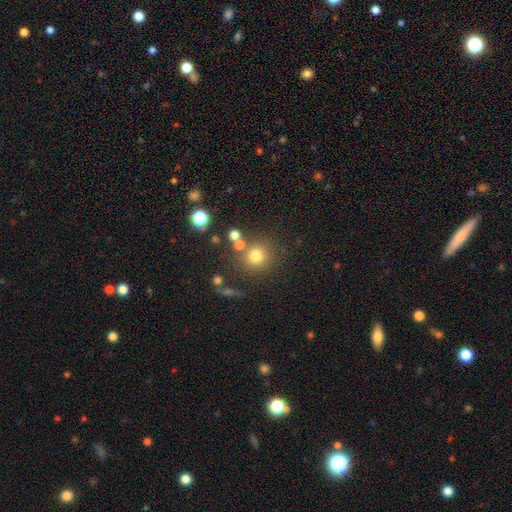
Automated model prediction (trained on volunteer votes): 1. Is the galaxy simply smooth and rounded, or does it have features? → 76% smooth, 15% star or artifact, 9% featured or disk.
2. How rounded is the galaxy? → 91% round, 8% in between, 1% cigar-shaped.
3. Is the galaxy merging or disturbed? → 73% none, 12% merger, 10% minor disturbance, 5% major disturbance.